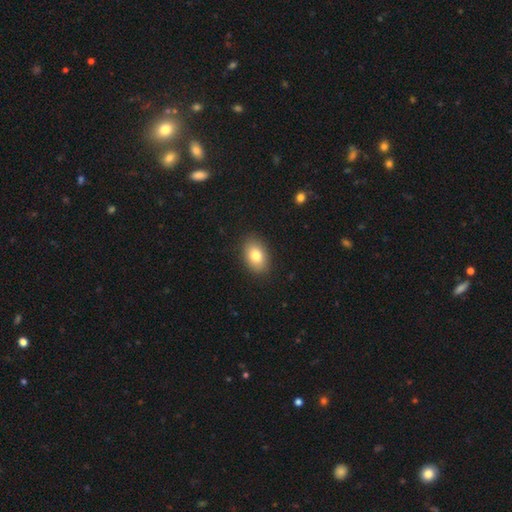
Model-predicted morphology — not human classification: The model was most divided on "smooth or featured": smooth: 81%, featured or disk: 11%, star or artifact: 8%. More confident: merging — none (88%); how rounded — in between (84%).